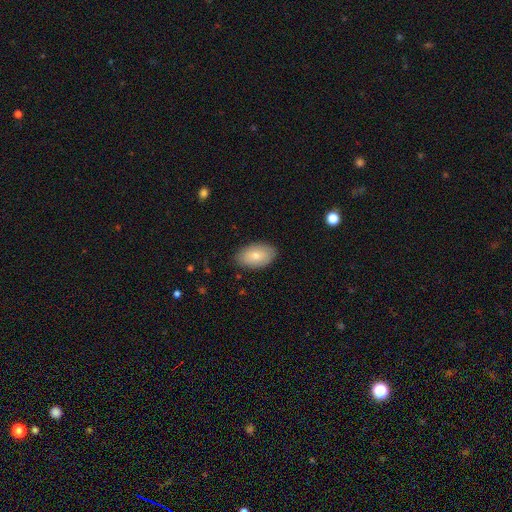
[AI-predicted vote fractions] smooth_or_featured: smooth (p=0.74) [alt: featured or disk p=0.20]
how_rounded: in between (p=0.93) [alt: round p=0.06]
merging: none (p=0.83) [alt: minor disturbance p=0.13]